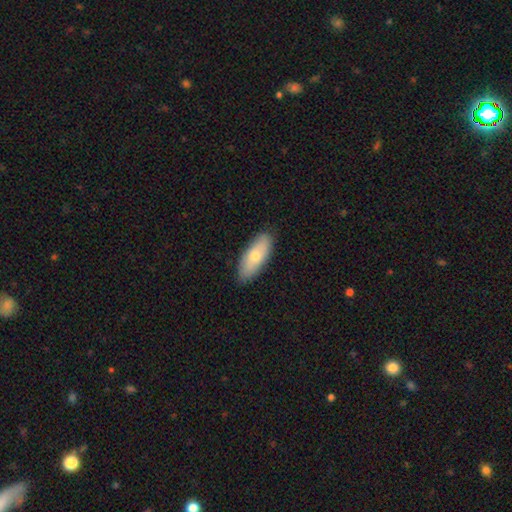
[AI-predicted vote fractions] This appears to be a smooth galaxy with no disk features (70%) that is in between round and cigar-shaped (75%). Merging: none (87%).